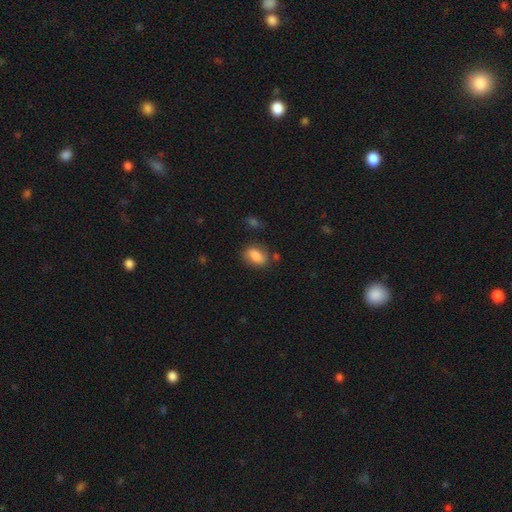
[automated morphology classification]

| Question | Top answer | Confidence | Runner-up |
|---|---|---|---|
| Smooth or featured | smooth | 79% | featured or disk (13%) |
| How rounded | in between | 82% | round (15%) |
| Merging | none | 69% | minor disturbance (20%) |